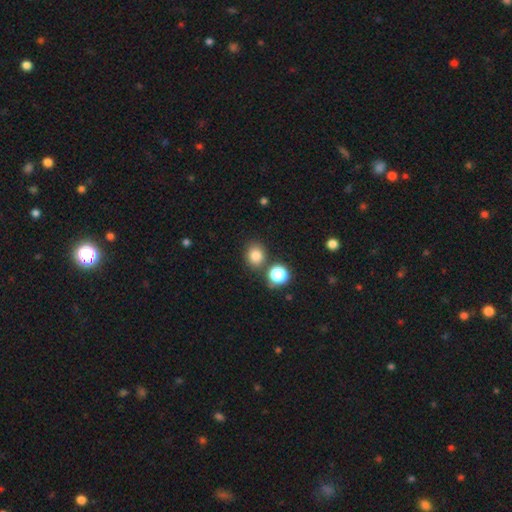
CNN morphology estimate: Overall: smooth (82%). How rounded: round (68%; in between 31%). Merging: none (76%).